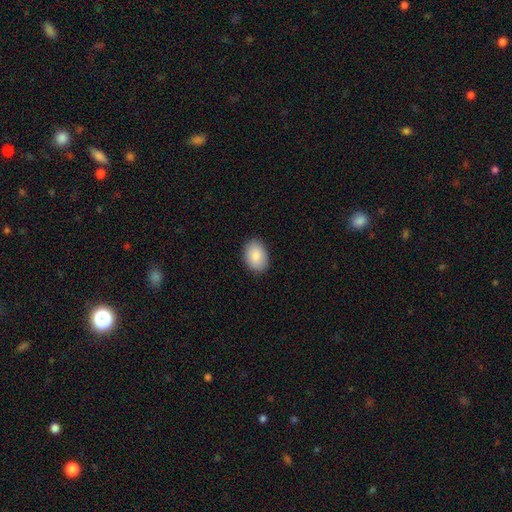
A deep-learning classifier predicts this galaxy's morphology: Smooth or featured? Predicted: smooth (p=0.88). How rounded? Predicted: in between (p=0.83). Merging? Predicted: none (p=0.87).